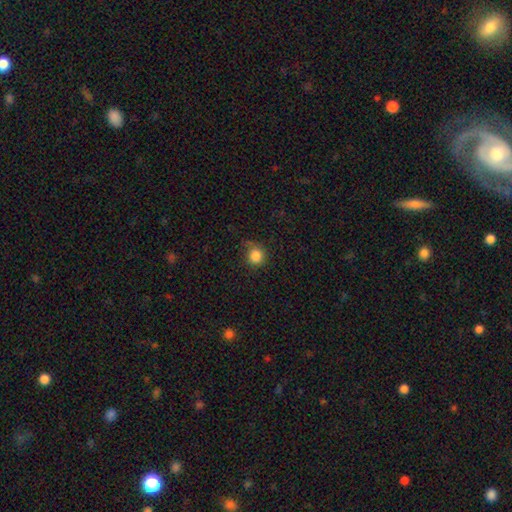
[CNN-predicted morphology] Smooth or featured?
  - smooth: 84% *
  - star or artifact: 11%
  - featured or disk: 5%
How rounded?
  - round: 88% *
  - in between: 11%
  - cigar-shaped: 1%
Merging?
  - none: 67% *
  - minor disturbance: 23%
  - major disturbance: 8%
  - merger: 2%